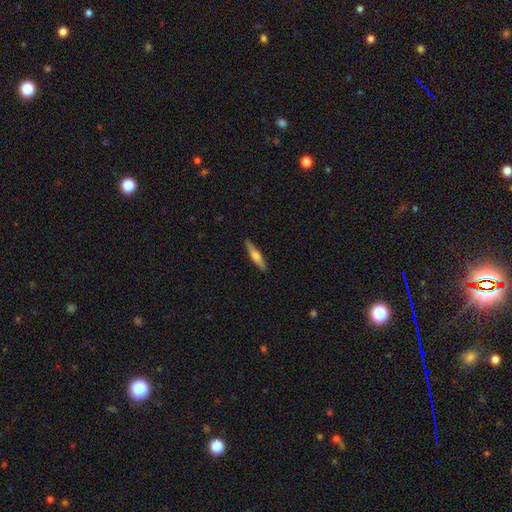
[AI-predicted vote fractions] Smooth or featured: smooth — 54% (featured or disk — 41%)
How rounded: cigar-shaped — 86% (in between — 12%)
Merging: none — 88% (minor disturbance — 9%)